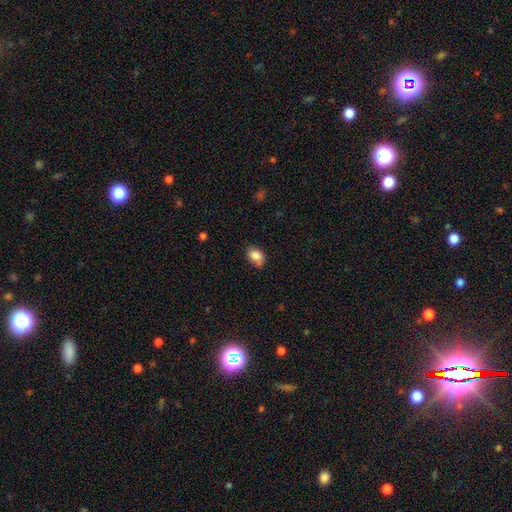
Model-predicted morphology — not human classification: Smooth or featured? smooth (82%)
How rounded? in between (65%)
Merging? none (62%)